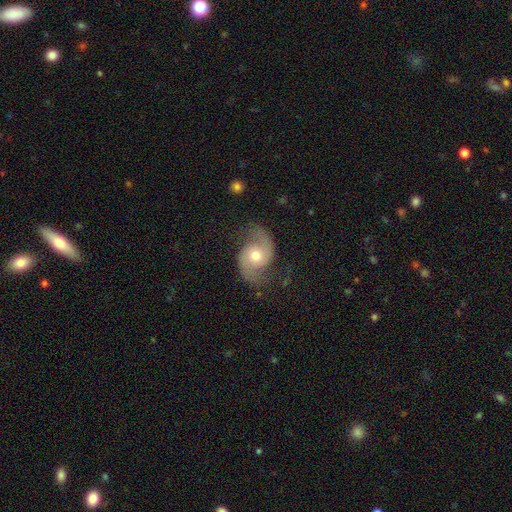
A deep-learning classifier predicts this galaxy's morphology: type=featured or disk (85%); edge-on=no (98%); bar=no (67%); spiral arms=yes (96%); winding=medium (45%); arm count=2 (94%); bulge=moderate (71%); merging=none (75%).